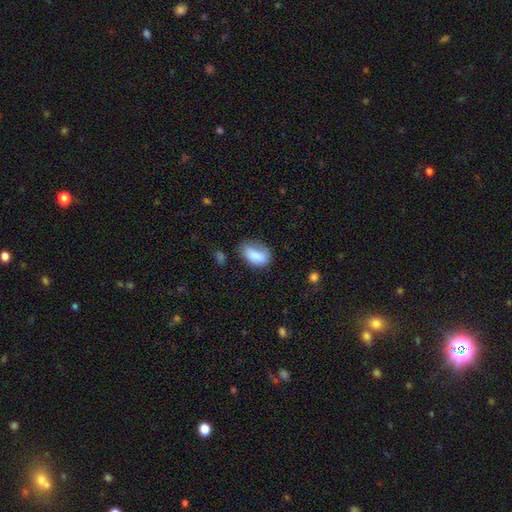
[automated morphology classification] This is clearly a smooth galaxy (83%). How rounded: clearly in between (90%). Merging: possibly none (50%).